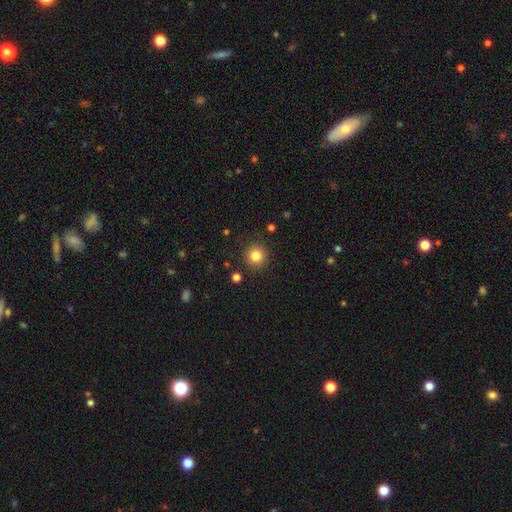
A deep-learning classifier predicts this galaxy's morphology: Smooth or featured: smooth — 83% (star or artifact — 12%)
How rounded: round — 94% (in between — 5%)
Merging: none — 90% (minor disturbance — 6%)